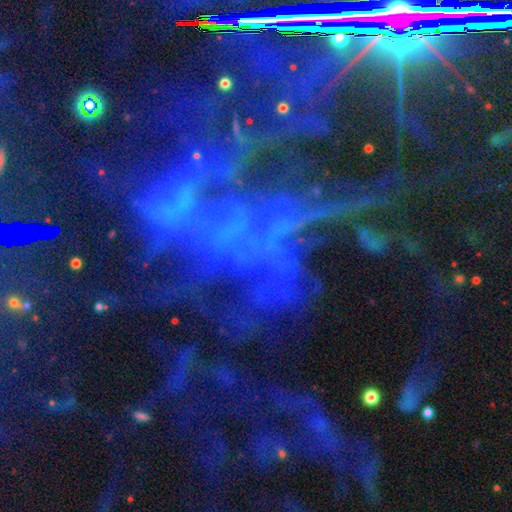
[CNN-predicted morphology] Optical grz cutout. It shows a star or artifact, not a galaxy (53%).